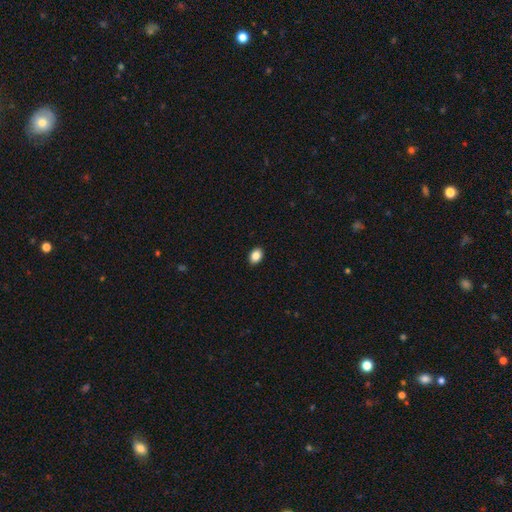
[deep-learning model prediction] This appears to be a smooth galaxy with no disk features (87%) that is in between round and cigar-shaped (75%). Merging: none (90%).